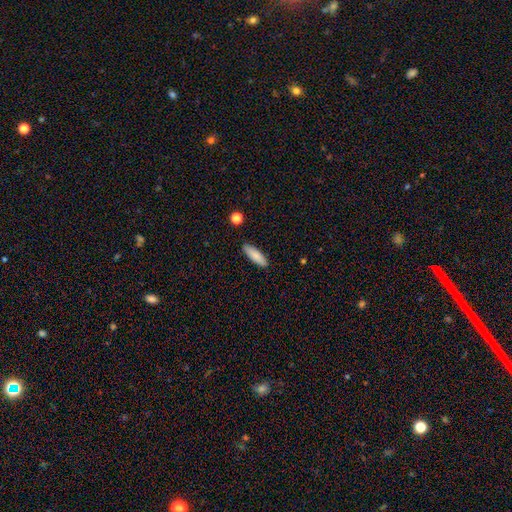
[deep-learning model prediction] This is clearly a smooth galaxy (85%). How rounded: possibly cigar-shaped (51%). Merging: clearly none (88%).